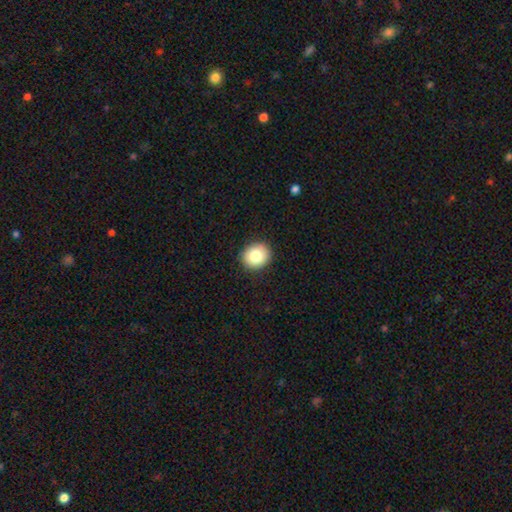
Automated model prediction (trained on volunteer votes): This is clearly a smooth galaxy (81%). How rounded: likely round (79%). Merging: clearly none (91%).